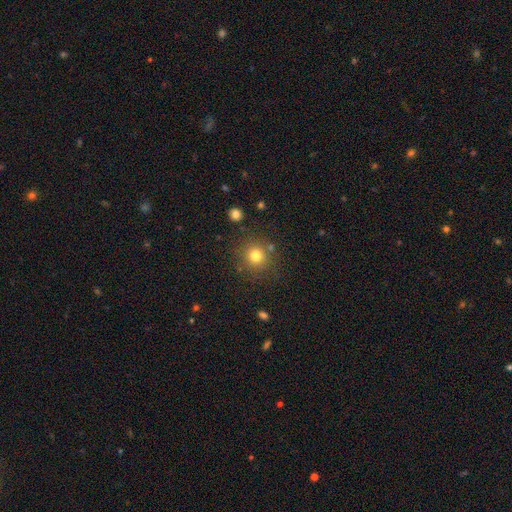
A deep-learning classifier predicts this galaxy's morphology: Q: Smooth or featured?
A: smooth (78%); runner-up: star or artifact (14%)
Q: How rounded?
A: round (92%); runner-up: in between (7%)
Q: Merging?
A: none (83%); runner-up: minor disturbance (9%)